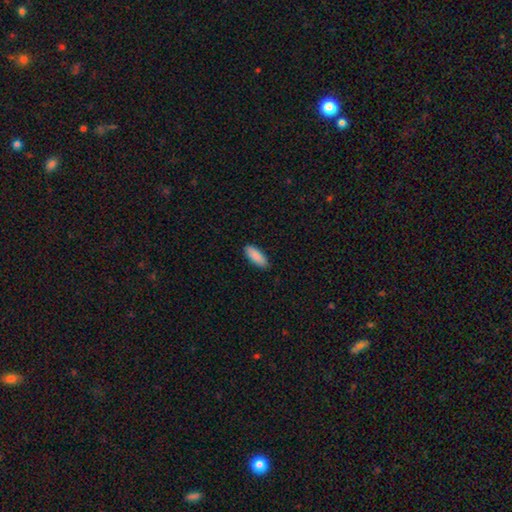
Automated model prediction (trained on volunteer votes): smooth_or_featured: smooth (p=0.90) [alt: star or artifact p=0.06]
how_rounded: in between (p=0.71) [alt: cigar-shaped p=0.27]
merging: none (p=0.88) [alt: minor disturbance p=0.09]